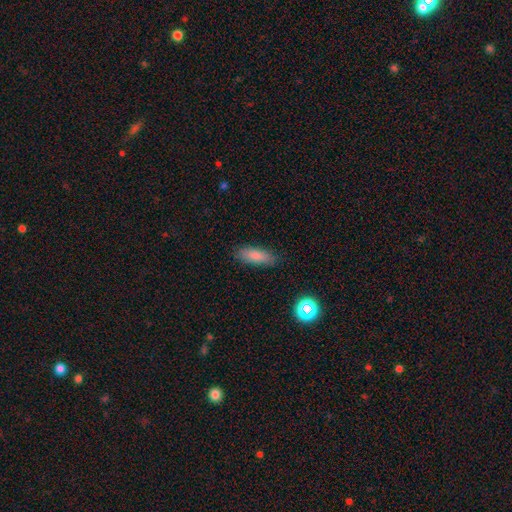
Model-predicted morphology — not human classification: type=smooth (82%); roundness=in between (56%); merging=none (84%).